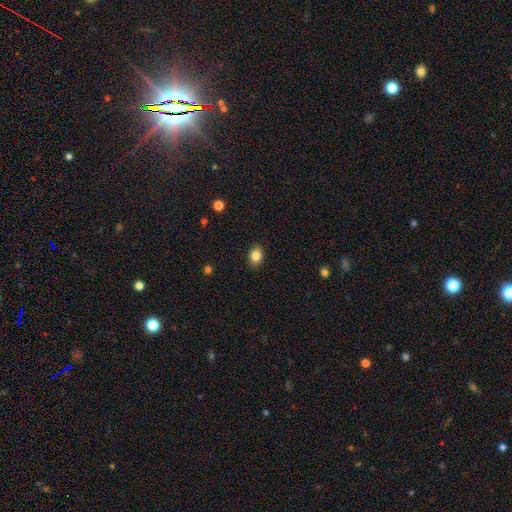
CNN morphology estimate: type=smooth (84%); roundness=in between (71%); merging=none (89%).